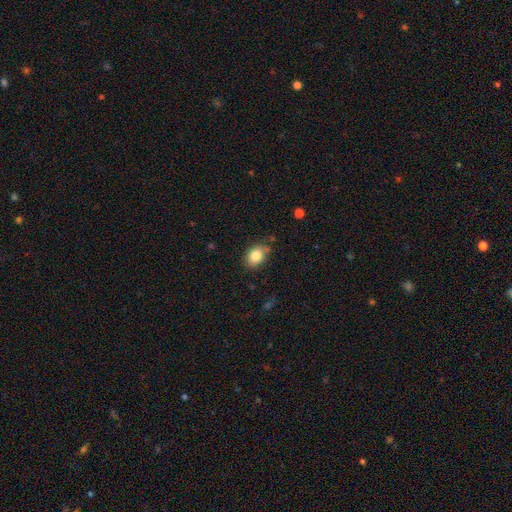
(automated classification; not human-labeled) Smooth or featured? Predicted: smooth (p=0.84). How rounded? Predicted: in between (p=0.74). Merging? Predicted: none (p=0.73).